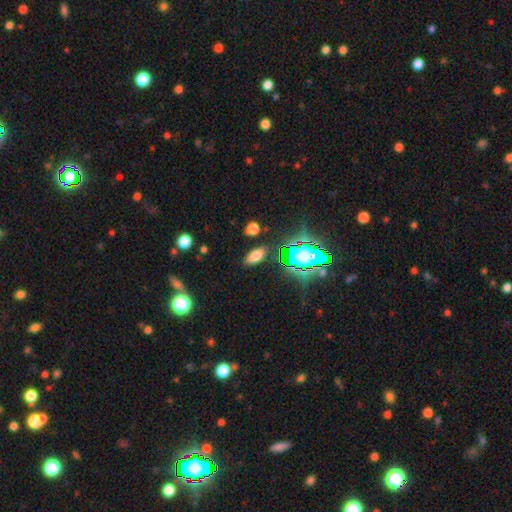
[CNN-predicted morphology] Overall: smooth (71%). How rounded: in between (87%). Merging: none (84%).